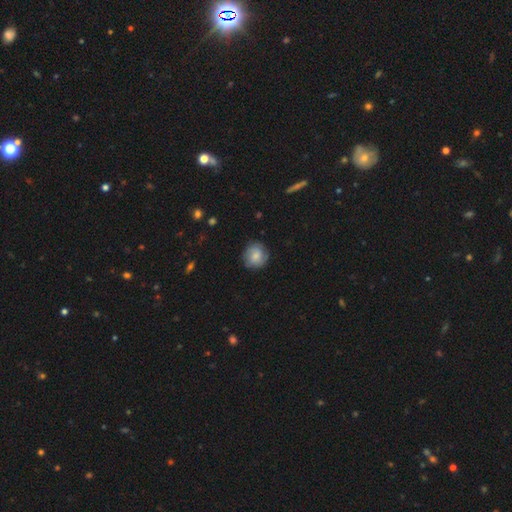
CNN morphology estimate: smooth_or_featured: smooth (p=0.69) [alt: featured or disk p=0.24]
how_rounded: round (p=0.86) [alt: in between p=0.13]
merging: none (p=0.80) [alt: minor disturbance p=0.15]